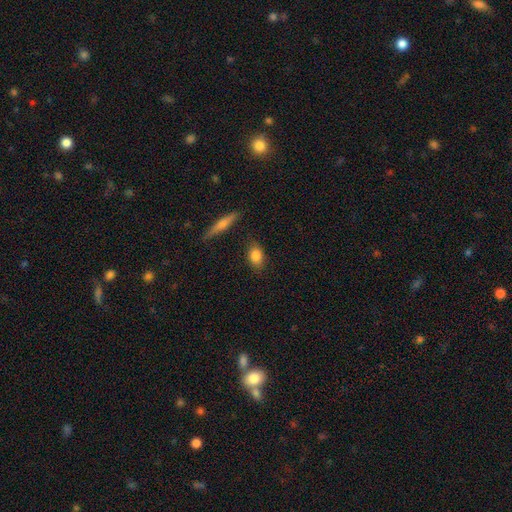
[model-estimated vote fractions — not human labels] Smooth or featured?
  - smooth: 82% *
  - featured or disk: 10%
  - star or artifact: 8%
How rounded?
  - in between: 74% *
  - round: 20%
  - cigar-shaped: 6%
Merging?
  - none: 80% *
  - minor disturbance: 14%
  - major disturbance: 3%
  - merger: 3%